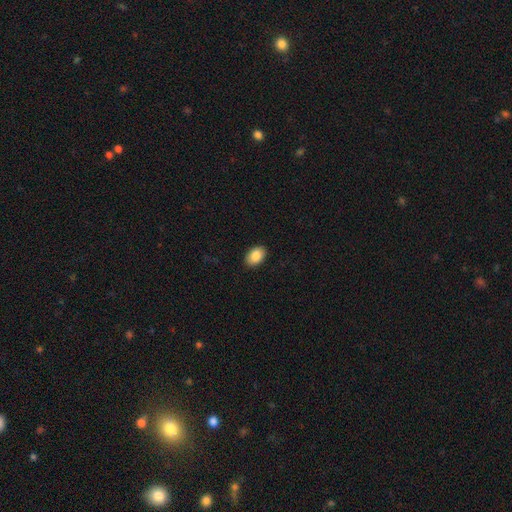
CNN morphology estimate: Smooth or featured? Predicted: smooth (p=0.87). How rounded? Predicted: in between (p=0.87). Merging? Predicted: none (p=0.90).